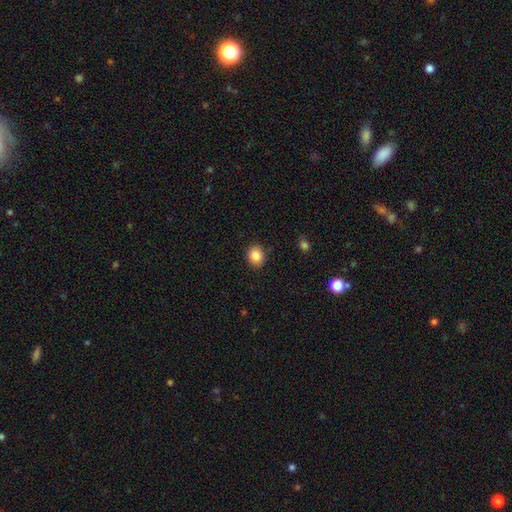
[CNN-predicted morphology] Smooth or featured? Predicted: smooth (p=0.86). How rounded? Predicted: round (p=0.63). Merging? Predicted: none (p=0.89).